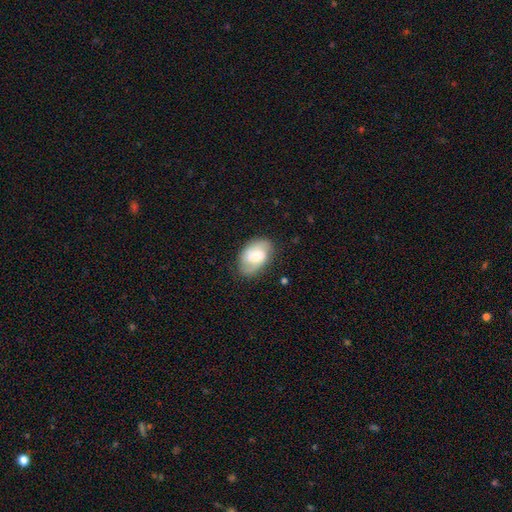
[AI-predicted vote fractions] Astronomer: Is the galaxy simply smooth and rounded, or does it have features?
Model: featured or disk — 49% (runner-up: smooth, 44%).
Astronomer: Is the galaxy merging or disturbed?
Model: none — 75%.